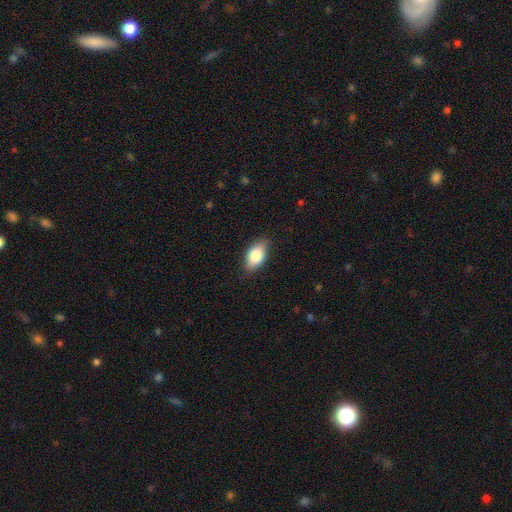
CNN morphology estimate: smooth_or_featured: smooth (p=0.83) [alt: featured or disk p=0.10]
how_rounded: in between (p=0.91) [alt: round p=0.05]
merging: none (p=0.82) [alt: minor disturbance p=0.14]